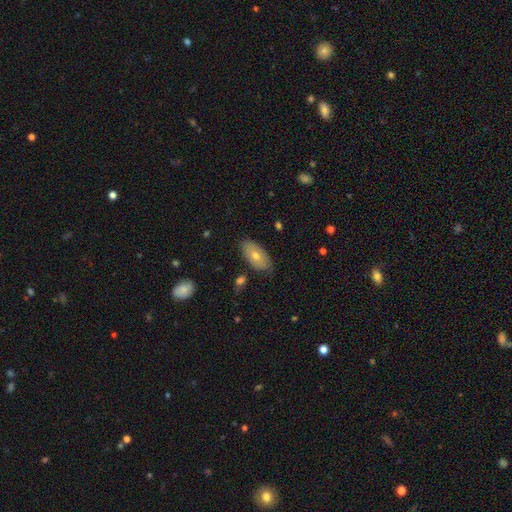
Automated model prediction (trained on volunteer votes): Smooth or featured: smooth — 59% (featured or disk — 32%)
How rounded: in between — 93% (cigar-shaped — 4%)
Merging: none — 81% (minor disturbance — 14%)